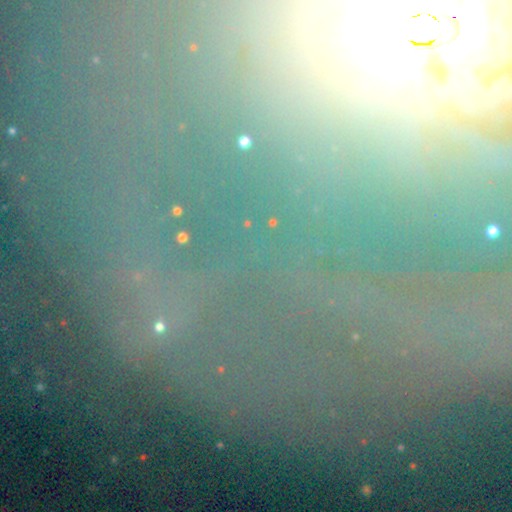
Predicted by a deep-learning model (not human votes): A star or artifact, not a galaxy (66%).

Vote fractions:
- Smooth or featured? star or artifact: 66% / featured or disk: 17% / smooth: 17%